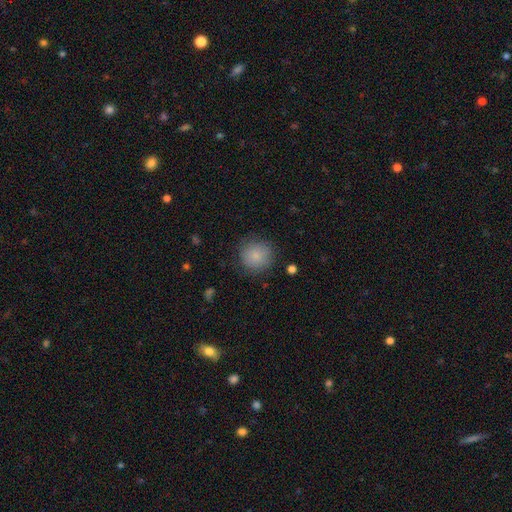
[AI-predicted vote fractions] Smooth or featured? Predicted: smooth (p=0.85). How rounded? Predicted: round (p=0.92). Merging? Predicted: none (p=0.83).